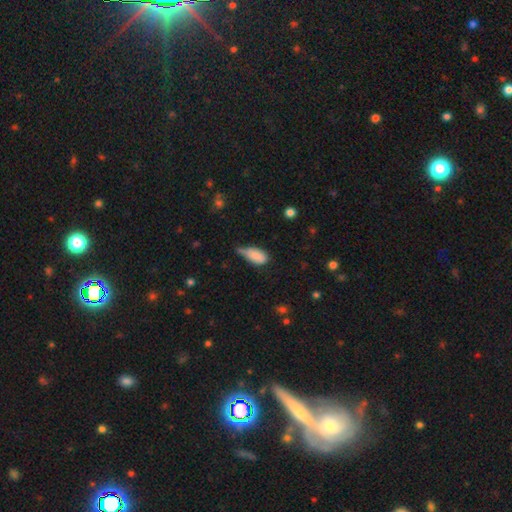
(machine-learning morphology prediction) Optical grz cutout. It shows a smooth galaxy with no disk features (82%) that is in between round and cigar-shaped (89%). Merging: minor disturbance (51%).